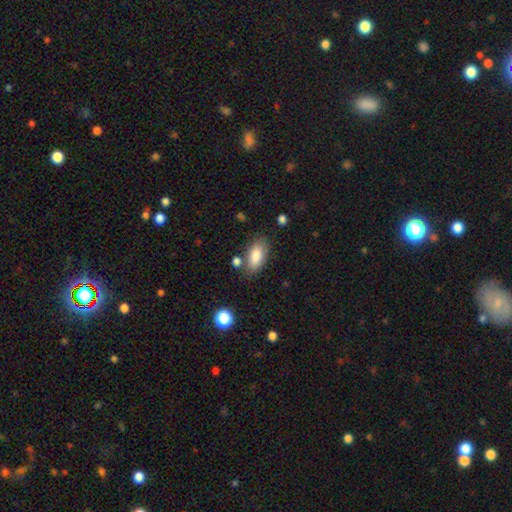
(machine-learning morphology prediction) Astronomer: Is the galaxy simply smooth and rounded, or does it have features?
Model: smooth — 84%.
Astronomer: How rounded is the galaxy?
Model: in between — 89%.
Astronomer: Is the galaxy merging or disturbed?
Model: none — 73%.